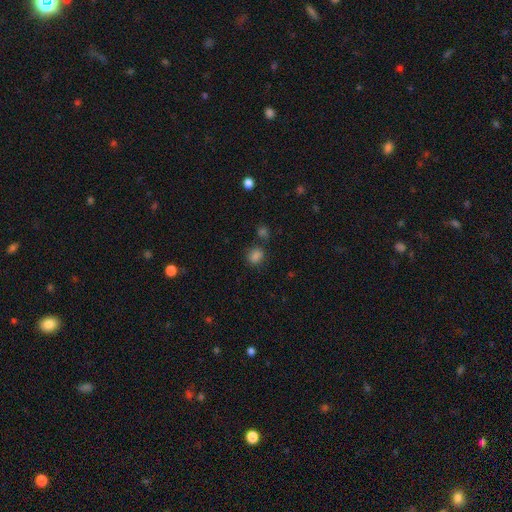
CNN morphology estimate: smooth-or-featured: smooth: 82% | star or artifact: 14% | featured or disk: 4%
  how-rounded: round: 63% | in between: 36% | cigar-shaped: 1%
  merging: none: 73% | minor disturbance: 12% | merger: 10% | major disturbance: 4%